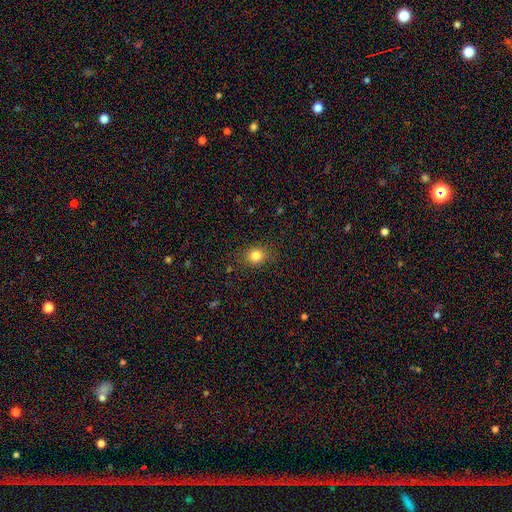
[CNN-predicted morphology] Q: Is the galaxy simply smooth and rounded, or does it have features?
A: smooth — 81%.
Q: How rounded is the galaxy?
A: round — 65%.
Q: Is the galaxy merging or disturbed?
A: none — 84%.